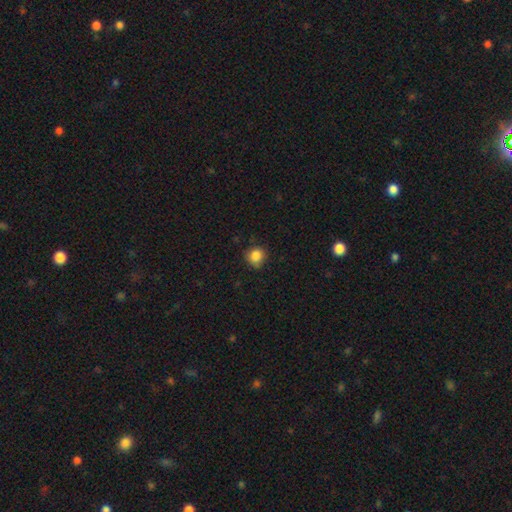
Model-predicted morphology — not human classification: Overall: smooth (86%). How rounded: round (86%). Merging: none (79%).